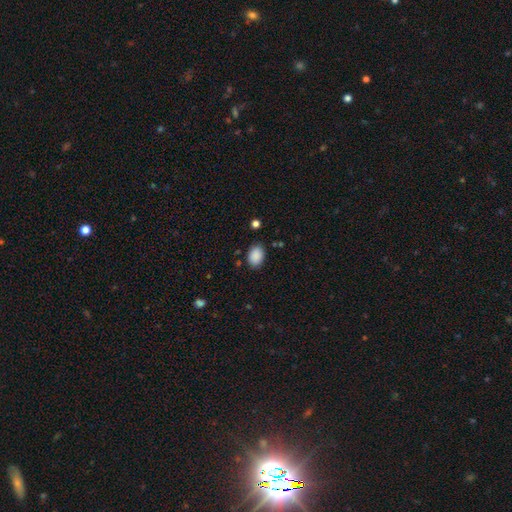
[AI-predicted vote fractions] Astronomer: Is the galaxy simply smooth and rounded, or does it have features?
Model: smooth — 89%.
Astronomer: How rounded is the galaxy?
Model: in between — 81%.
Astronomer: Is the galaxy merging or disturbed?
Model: none — 82%.